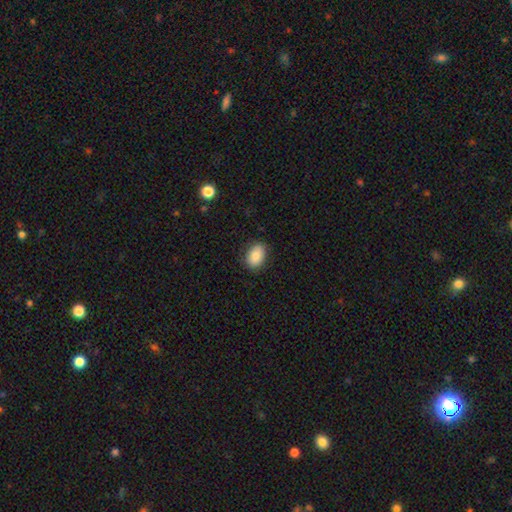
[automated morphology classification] This appears to be a smooth galaxy with no disk features (87%) that is in between round and cigar-shaped (82%). Merging: none (85%).